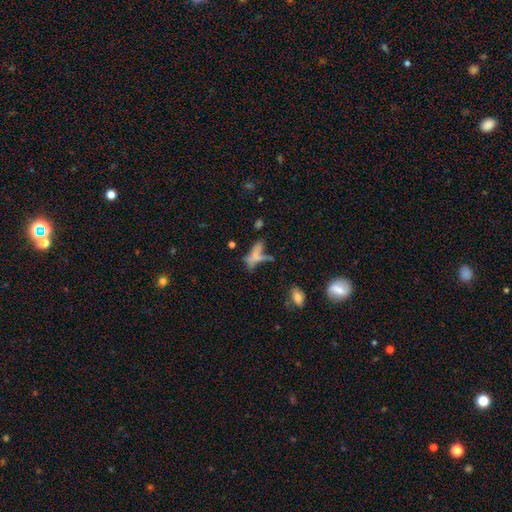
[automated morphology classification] Smooth or featured? smooth (57%)
How rounded? cigar-shaped (60%)
Merging? none (38%)